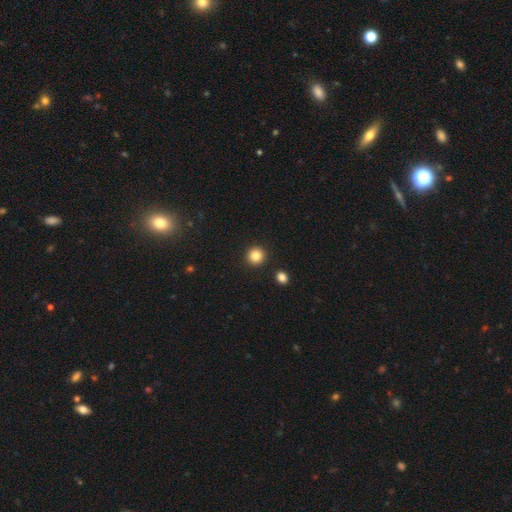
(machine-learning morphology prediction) Smooth or featured?
  - smooth: 85% *
  - star or artifact: 11%
  - featured or disk: 5%
How rounded?
  - round: 93% *
  - in between: 6%
  - cigar-shaped: 1%
Merging?
  - none: 92% *
  - minor disturbance: 5%
  - merger: 2%
  - major disturbance: 2%